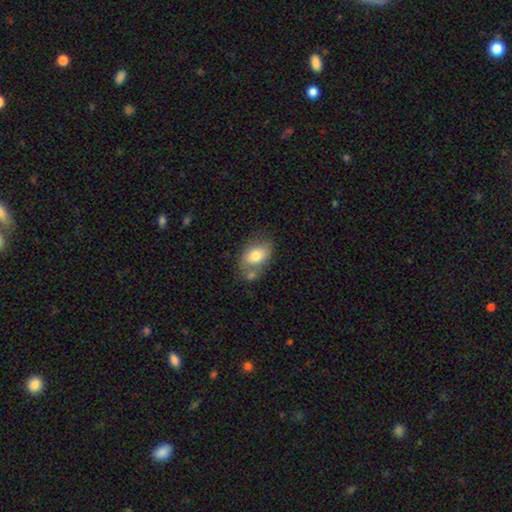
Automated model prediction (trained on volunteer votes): The model was most divided on "merging": none: 45%, merger: 25%, minor disturbance: 22%, major disturbance: 9%. More confident: how rounded — in between (84%); smooth or featured — smooth (72%).